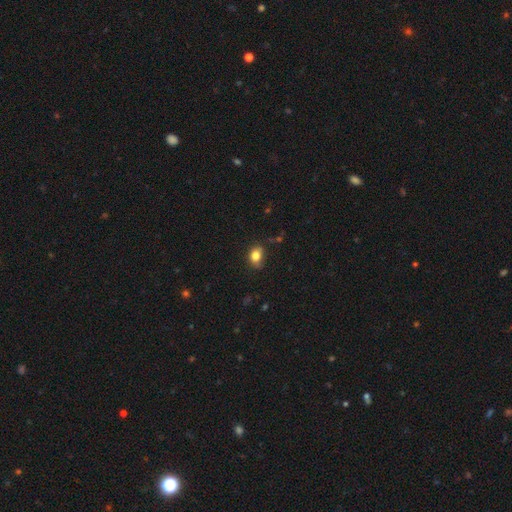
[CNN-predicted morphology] Q: Smooth or featured?
A: smooth (82%); runner-up: star or artifact (11%)
Q: How rounded?
A: in between (56%); runner-up: round (43%)
Q: Merging?
A: none (66%); runner-up: minor disturbance (26%)